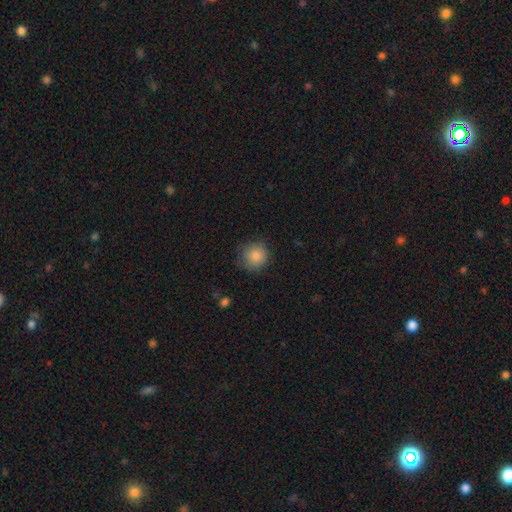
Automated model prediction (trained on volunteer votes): smooth 86%, star or artifact 9%, featured or disk 5%. Down the decision tree: how rounded — round (91%); merging — none (79%).